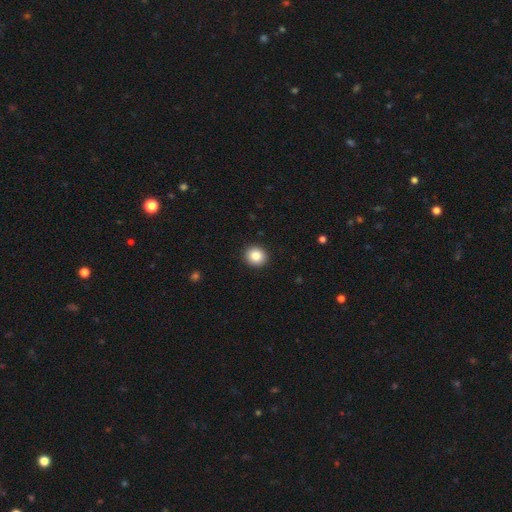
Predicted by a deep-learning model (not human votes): Smooth or featured? smooth (87%)
How rounded? round (84%)
Merging? none (92%)